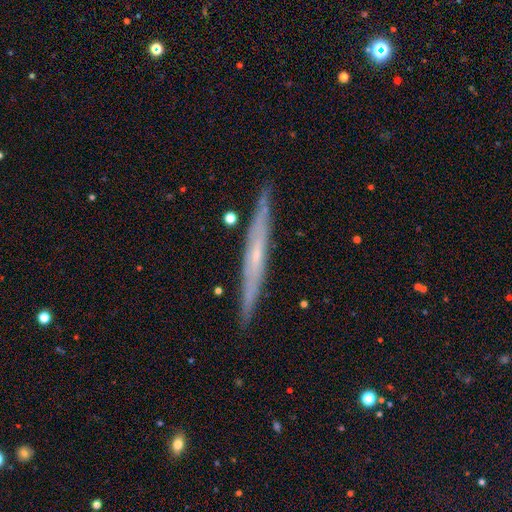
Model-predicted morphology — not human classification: type=featured or disk (66%); edge-on=yes (94%); edge-on bulge=none (63%); merging=none (89%).